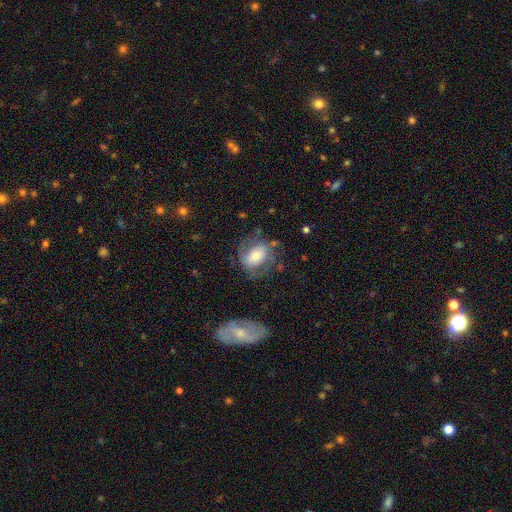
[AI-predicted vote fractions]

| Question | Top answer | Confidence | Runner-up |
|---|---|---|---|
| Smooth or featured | smooth | 47% | featured or disk (46%) |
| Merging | none | 57% | minor disturbance (22%) |